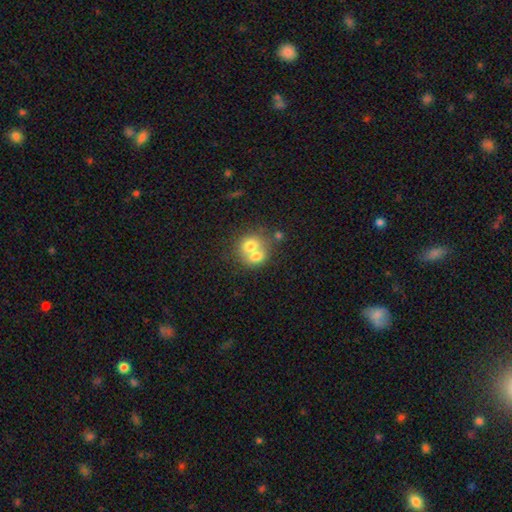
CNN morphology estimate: Smooth or featured? Predicted: smooth (p=0.69). How rounded? Predicted: round (p=0.61). Merging? Predicted: merger (p=0.68).